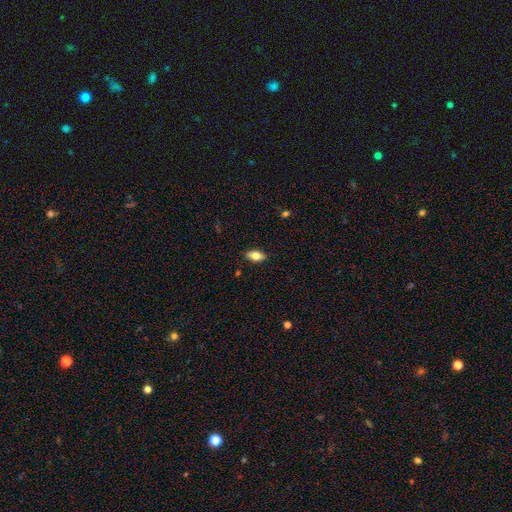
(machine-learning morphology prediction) smooth-or-featured: smooth: 77% | featured or disk: 16% | star or artifact: 7%
  how-rounded: in between: 89% | cigar-shaped: 8% | round: 4%
  merging: none: 87% | minor disturbance: 10% | major disturbance: 2% | merger: 1%